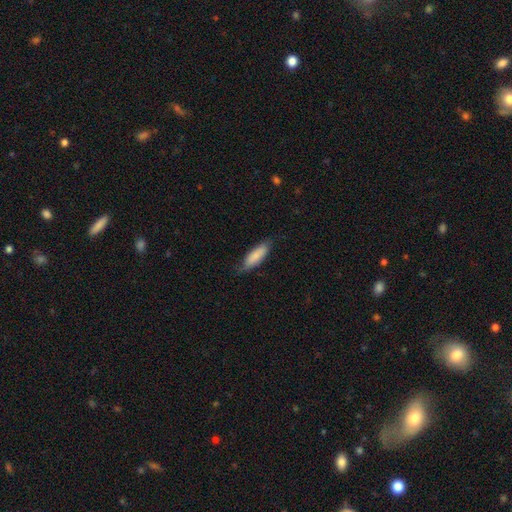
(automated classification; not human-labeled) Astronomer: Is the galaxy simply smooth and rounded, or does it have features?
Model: smooth — 80%.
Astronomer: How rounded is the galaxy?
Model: in between — 52% (runner-up: cigar-shaped, 47%).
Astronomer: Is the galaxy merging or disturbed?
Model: none — 72%.